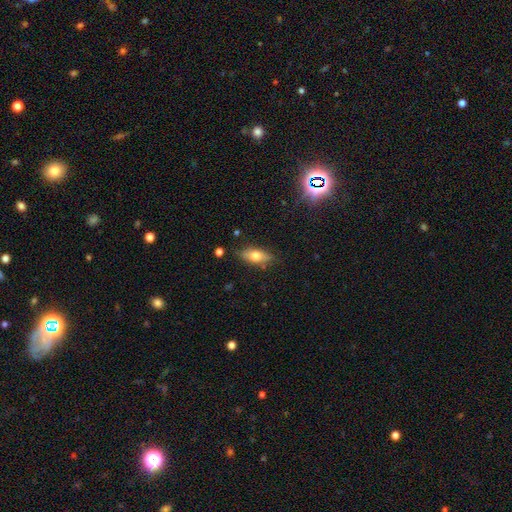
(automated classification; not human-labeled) Q: Smooth or featured?
A: smooth (64%); runner-up: featured or disk (28%)
Q: How rounded?
A: in between (76%); runner-up: cigar-shaped (20%)
Q: Merging?
A: none (80%); runner-up: minor disturbance (15%)